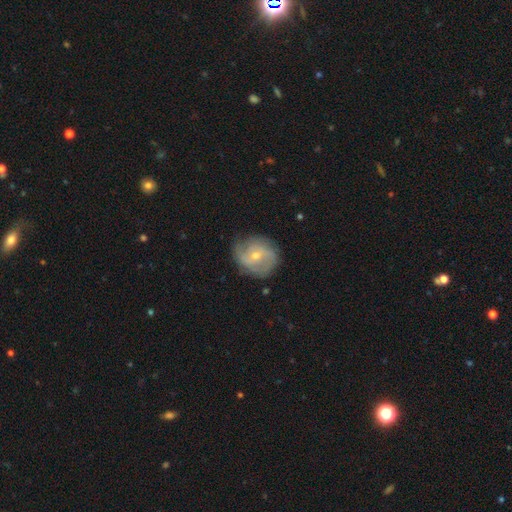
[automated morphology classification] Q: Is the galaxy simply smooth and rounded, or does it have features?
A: featured or disk — 69%.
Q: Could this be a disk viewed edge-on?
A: no — 97%.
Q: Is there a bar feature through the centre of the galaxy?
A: no — 57%.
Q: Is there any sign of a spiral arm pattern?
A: yes — 87%.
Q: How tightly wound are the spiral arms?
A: medium — 43%.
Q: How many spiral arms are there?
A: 2 — 39%.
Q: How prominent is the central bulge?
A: small — 54%.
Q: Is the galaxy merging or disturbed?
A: none — 72%.